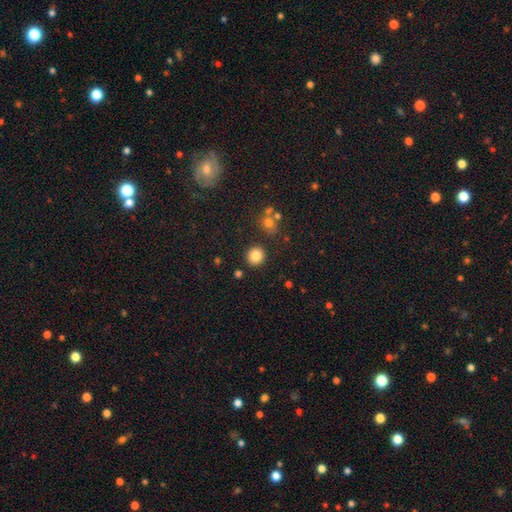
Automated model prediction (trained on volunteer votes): Smooth or featured: smooth — 83% (star or artifact — 11%)
How rounded: round — 90% (in between — 9%)
Merging: none — 88% (minor disturbance — 6%)